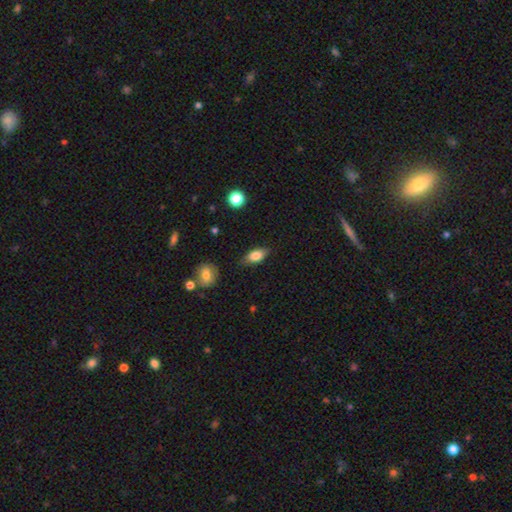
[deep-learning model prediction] A smooth galaxy with no disk features (79%) that is in between round and cigar-shaped (84%).

Vote fractions:
- Smooth or featured? smooth: 79% / featured or disk: 14% / star or artifact: 8%
- How rounded? in between: 84% / cigar-shaped: 11% / round: 5%
- Merging? none: 79% / minor disturbance: 16% / major disturbance: 3% / merger: 2%